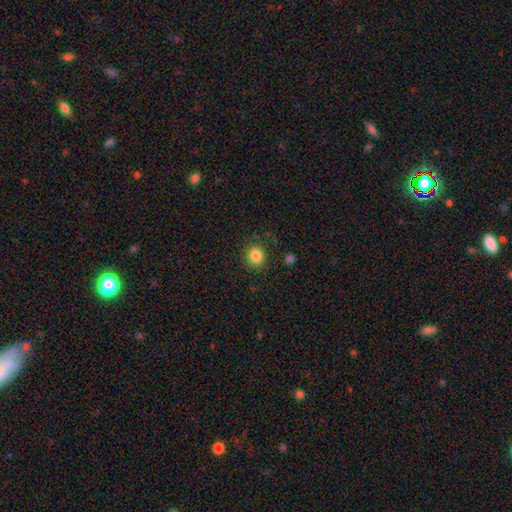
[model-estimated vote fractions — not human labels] Smooth or featured?
  - smooth: 84% *
  - star or artifact: 11%
  - featured or disk: 5%
How rounded?
  - round: 88% *
  - in between: 11%
  - cigar-shaped: 1%
Merging?
  - none: 87% *
  - minor disturbance: 8%
  - major disturbance: 3%
  - merger: 2%